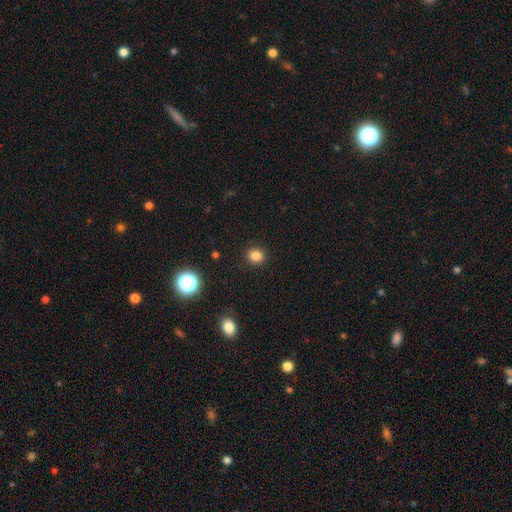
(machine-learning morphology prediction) Q: Smooth or featured?
A: smooth (83%); runner-up: star or artifact (13%)
Q: How rounded?
A: round (71%); runner-up: in between (28%)
Q: Merging?
A: none (90%); runner-up: minor disturbance (6%)